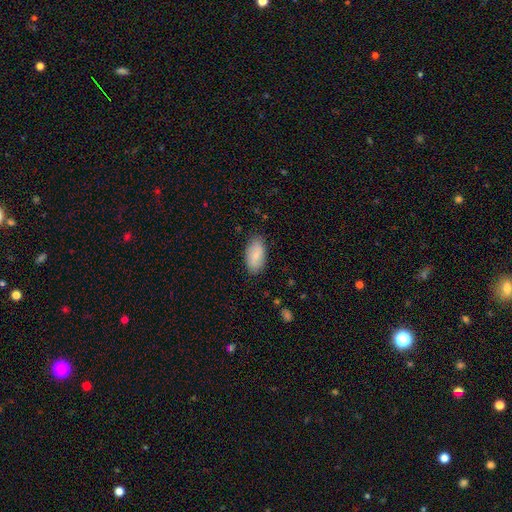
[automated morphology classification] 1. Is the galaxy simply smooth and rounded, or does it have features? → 81% smooth, 13% featured or disk, 6% star or artifact.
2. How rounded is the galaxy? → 94% in between, 3% cigar-shaped, 3% round.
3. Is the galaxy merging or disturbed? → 83% none, 13% minor disturbance, 3% major disturbance, 1% merger.